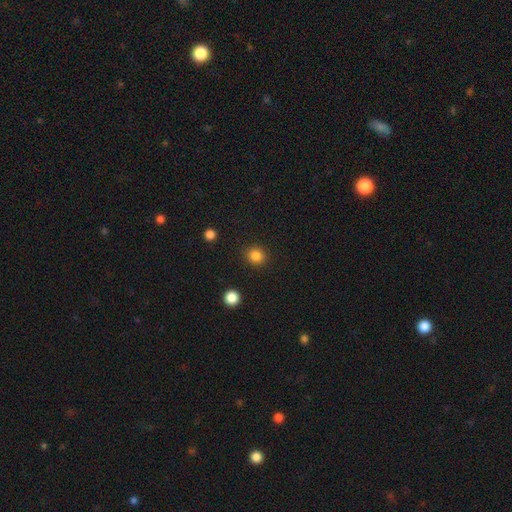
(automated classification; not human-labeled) A smooth galaxy with no disk features (85%) that is round (86%). Merging: none (90%).